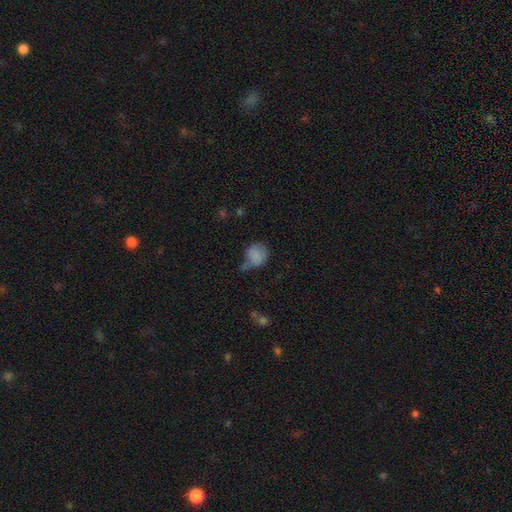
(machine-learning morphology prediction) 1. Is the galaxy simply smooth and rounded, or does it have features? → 83% smooth, 10% star or artifact, 7% featured or disk.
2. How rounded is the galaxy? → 75% round, 24% in between, 1% cigar-shaped.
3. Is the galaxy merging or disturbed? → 47% none, 30% minor disturbance, 12% merger, 11% major disturbance.